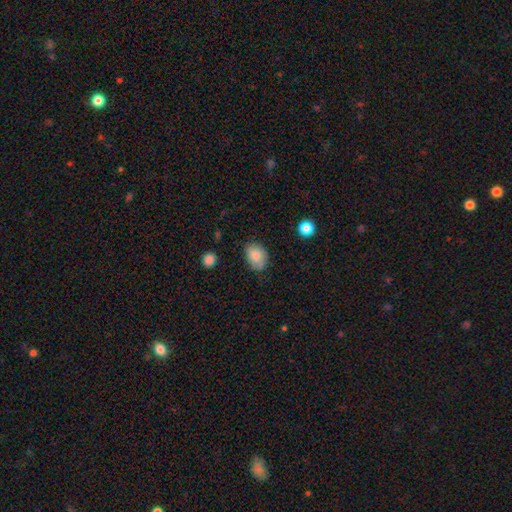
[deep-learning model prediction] Smooth or featured? Predicted: smooth (p=0.83). How rounded? Predicted: in between (p=0.77). Merging? Predicted: none (p=0.74).